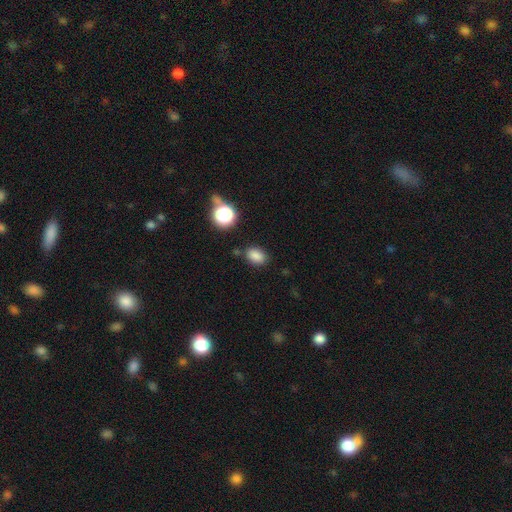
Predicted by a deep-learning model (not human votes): smooth 83%, star or artifact 13%, featured or disk 4%. Down the decision tree: how rounded — in between (76%); merging — none (80%).